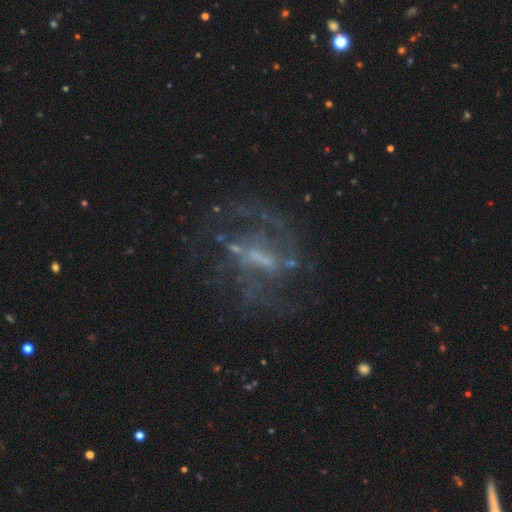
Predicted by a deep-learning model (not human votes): Morphology: type=featured or disk (79%); edge-on=no (96%); bar=weak (44%); spiral arms=yes (74%); winding=medium (45%); arm count=2 (37%); bulge=small (38%); merging=none (57%).